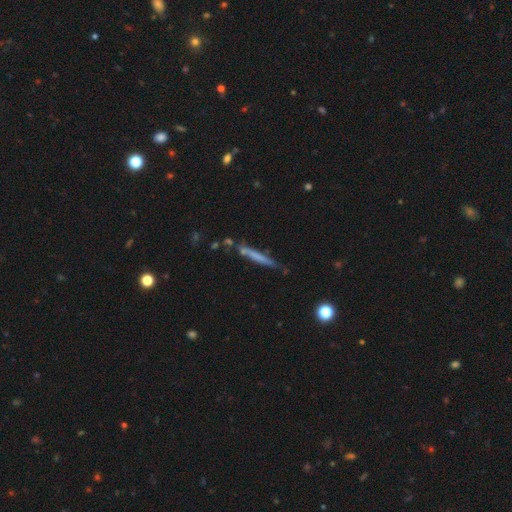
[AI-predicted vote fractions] smooth 55%, featured or disk 37%, star or artifact 7%. Down the decision tree: how rounded — cigar-shaped (95%); merging — none (75%).